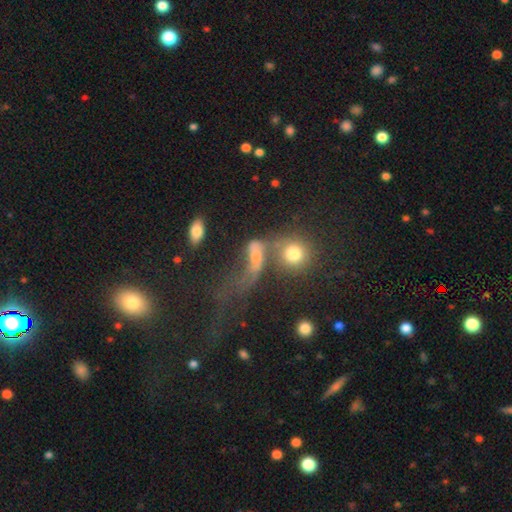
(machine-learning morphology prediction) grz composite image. It shows a smooth galaxy with no disk features (48%). Merging: merger (46%).